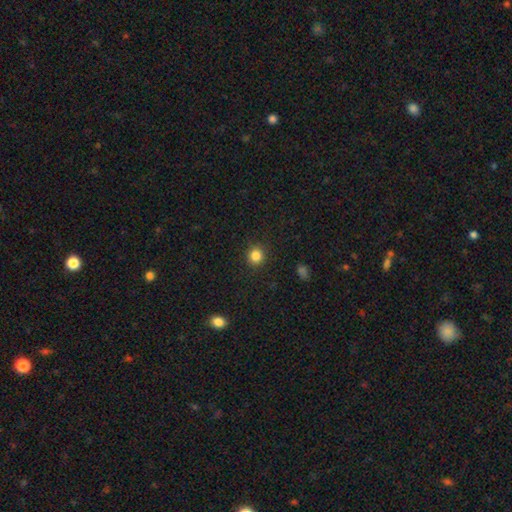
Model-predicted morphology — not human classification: Q: Smooth or featured?
A: smooth (84%); runner-up: star or artifact (12%)
Q: How rounded?
A: round (90%); runner-up: in between (9%)
Q: Merging?
A: none (91%); runner-up: minor disturbance (6%)